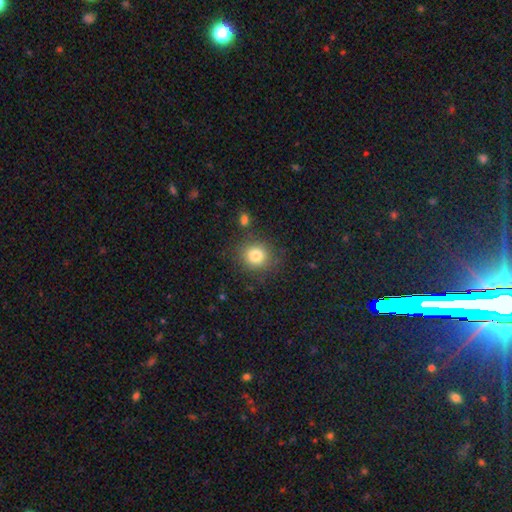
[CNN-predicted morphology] A smooth galaxy with no disk features (80%) that is round (84%). Merging: none (83%).